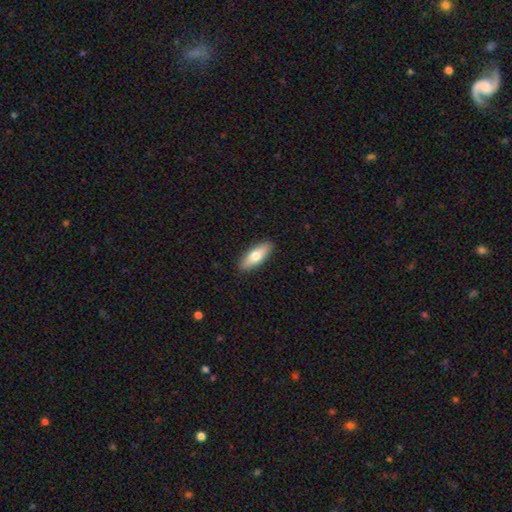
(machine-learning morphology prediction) Overall: smooth (69%). How rounded: in between (63%; cigar-shaped 35%). Merging: none (90%).